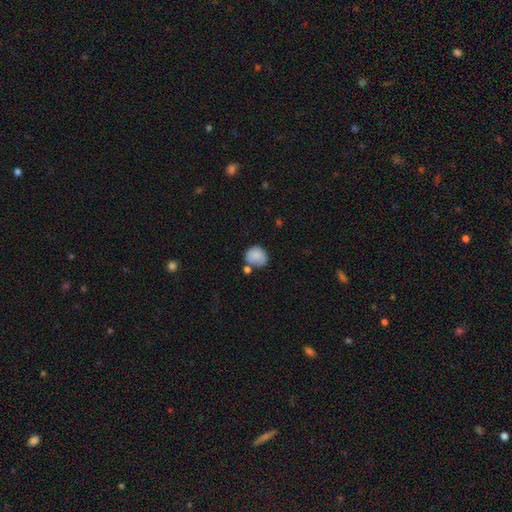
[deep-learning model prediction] smooth-or-featured: smooth: 84% | star or artifact: 8% | featured or disk: 8%
  how-rounded: round: 75% | in between: 24% | cigar-shaped: 1%
  merging: none: 52% | minor disturbance: 22% | merger: 18% | major disturbance: 7%